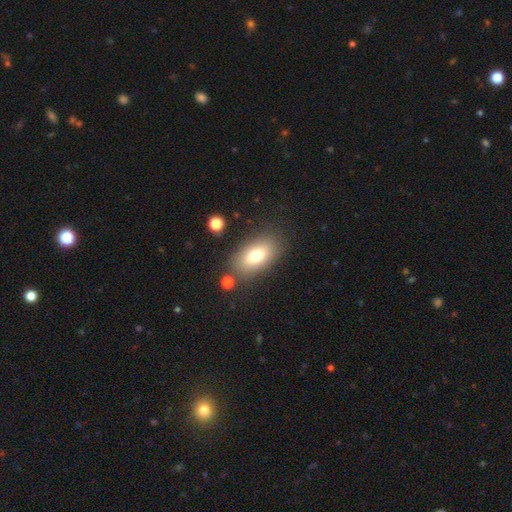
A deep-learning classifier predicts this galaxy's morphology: A smooth galaxy with no disk features (75%) that is in between round and cigar-shaped (88%).

Vote fractions:
- Smooth or featured? smooth: 75% / featured or disk: 16% / star or artifact: 10%
- How rounded? in between: 88% / round: 8% / cigar-shaped: 3%
- Merging? none: 80% / minor disturbance: 11% / major disturbance: 4% / merger: 4%